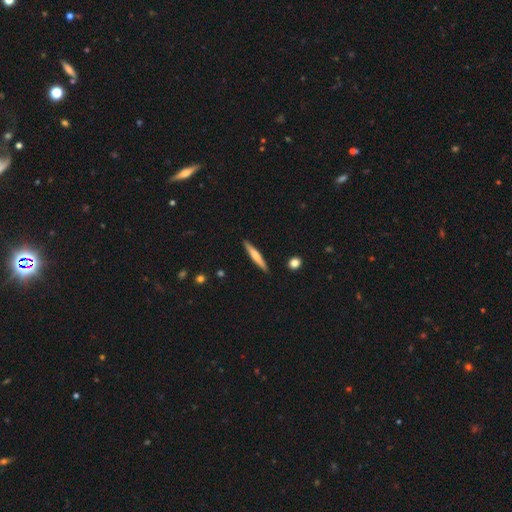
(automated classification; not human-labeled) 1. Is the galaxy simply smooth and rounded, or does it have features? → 58% smooth, 36% featured or disk, 6% star or artifact.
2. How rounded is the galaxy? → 94% cigar-shaped, 5% in between, 1% round.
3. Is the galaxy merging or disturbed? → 90% none, 7% minor disturbance, 1% major disturbance, 1% merger.